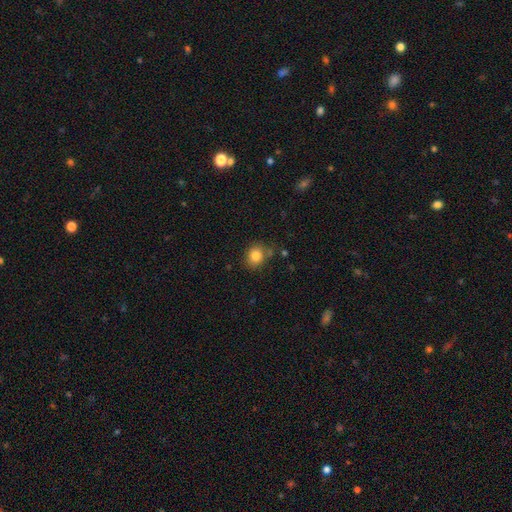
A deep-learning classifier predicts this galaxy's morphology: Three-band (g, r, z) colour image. It shows a smooth galaxy with no disk features (83%) that is round (70%). Merging: none (75%).